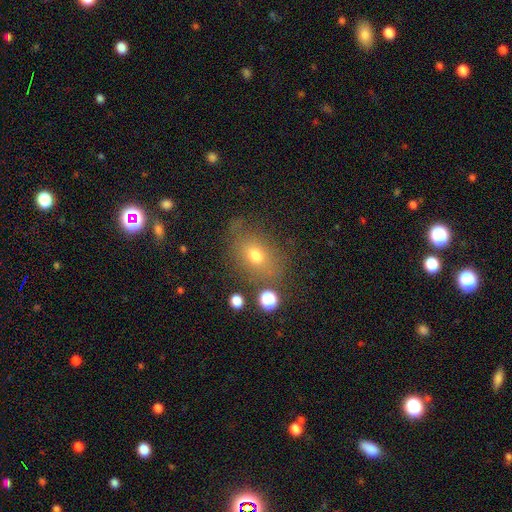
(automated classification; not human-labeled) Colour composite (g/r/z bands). It shows a smooth galaxy with no disk features (67%) that is in between round and cigar-shaped (65%). Merging: none (68%).